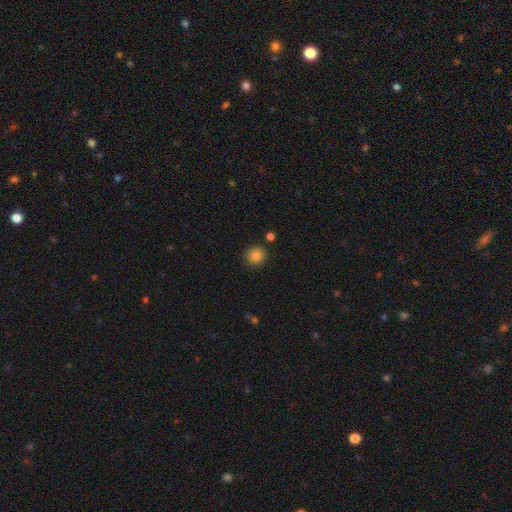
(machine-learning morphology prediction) Smooth or featured? Predicted: smooth (p=0.84). How rounded? Predicted: round (p=0.88). Merging? Predicted: none (p=0.87).